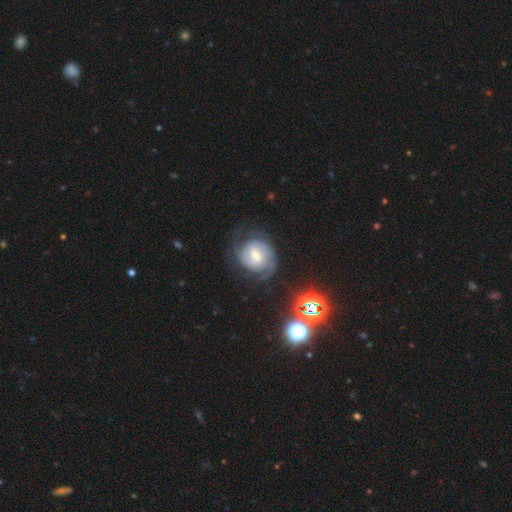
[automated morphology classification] Q: Smooth or featured?
A: featured or disk (80%); runner-up: smooth (13%)
Q: Edge-on disk?
A: no (98%); runner-up: yes (2%)
Q: Bar?
A: weak (54%); runner-up: no (30%)
Q: Spiral arms?
A: yes (95%); runner-up: no (5%)
Q: Spiral winding?
A: tight (52%); runner-up: medium (36%)
Q: Spiral arm count?
A: 2 (56%); runner-up: can't tell (21%)
Q: Bulge size?
A: moderate (47%); runner-up: small (42%)
Q: Merging?
A: none (66%); runner-up: minor disturbance (18%)